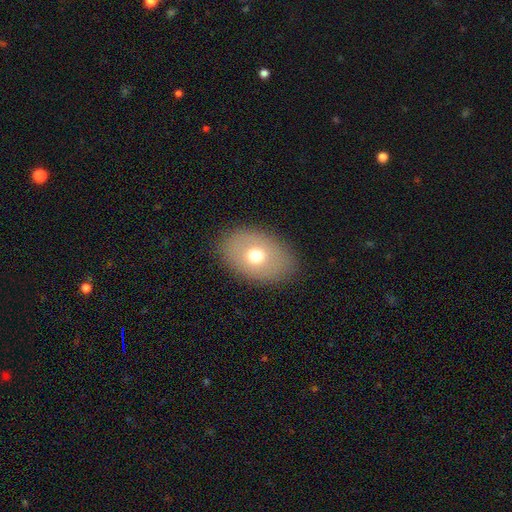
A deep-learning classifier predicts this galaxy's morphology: type=smooth (65%); roundness=in between (79%); merging=none (86%).